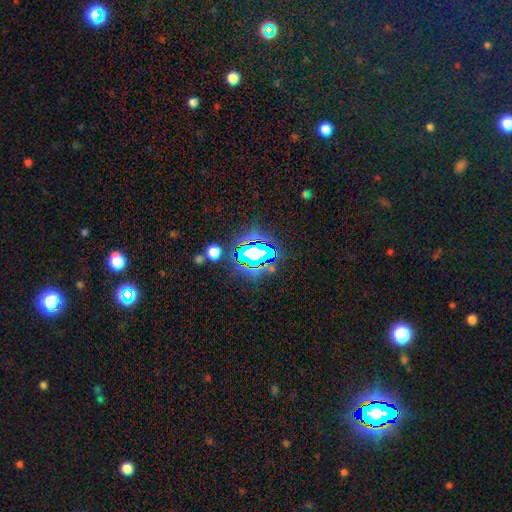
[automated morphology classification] Smooth or featured: star or artifact — 73% (smooth — 15%)